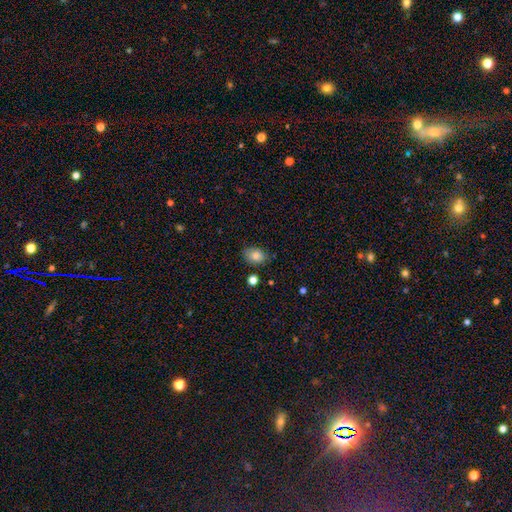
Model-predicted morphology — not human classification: The model was most divided on "how rounded": in between: 73%, round: 26%, cigar-shaped: 1%. More confident: smooth or featured — smooth (82%); merging — none (76%).